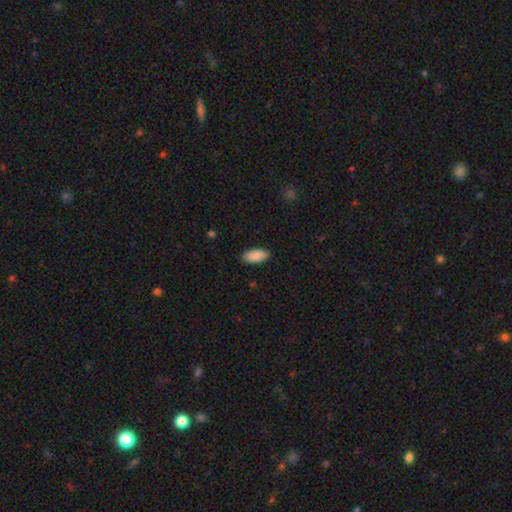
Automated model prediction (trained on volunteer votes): Q: Smooth or featured?
A: smooth (90%); runner-up: star or artifact (6%)
Q: How rounded?
A: in between (91%); runner-up: cigar-shaped (8%)
Q: Merging?
A: none (89%); runner-up: minor disturbance (8%)